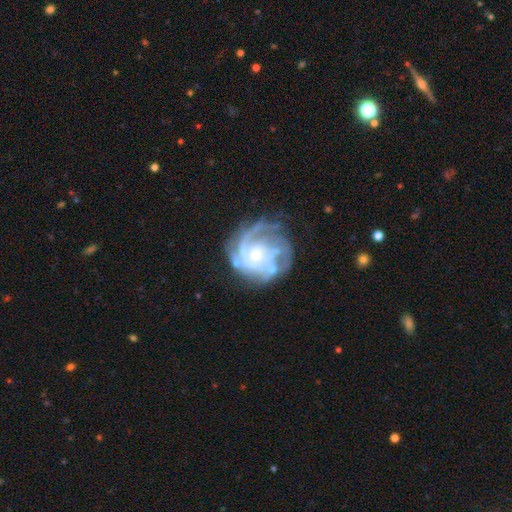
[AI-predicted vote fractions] Morphology: type=featured or disk (85%); edge-on=no (98%); bar=no (78%); spiral arms=yes (92%); winding=tight (59%); arm count=can't tell (30%); bulge=small (58%); merging=none (61%).